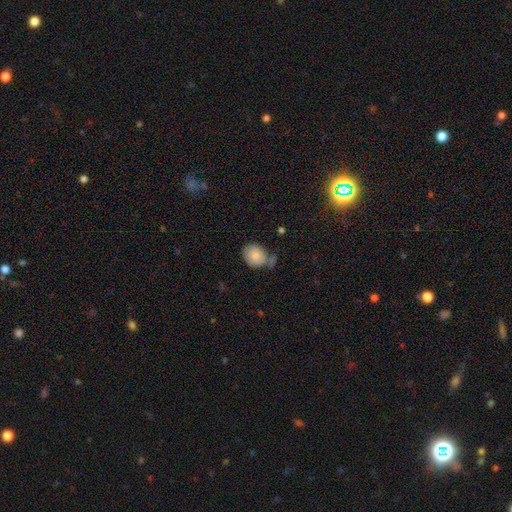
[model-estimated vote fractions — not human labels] smooth_or_featured: smooth (p=0.82) [alt: featured or disk p=0.10]
how_rounded: round (p=0.56) [alt: in between p=0.43]
merging: none (p=0.54) [alt: minor disturbance p=0.22]